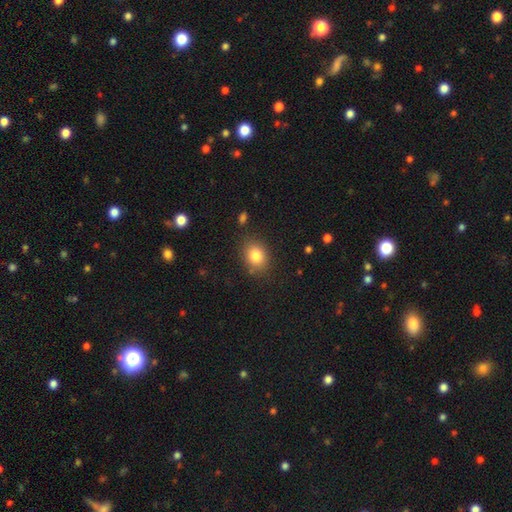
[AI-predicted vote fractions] The model was most divided on "how rounded": round: 50%, in between: 49%, cigar-shaped: 1%. More confident: merging — none (82%); smooth or featured — smooth (82%).